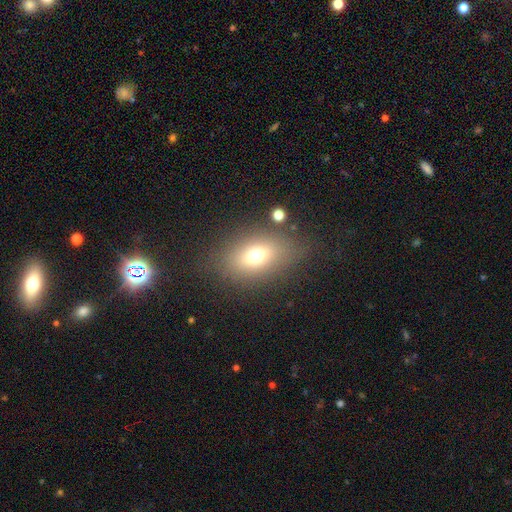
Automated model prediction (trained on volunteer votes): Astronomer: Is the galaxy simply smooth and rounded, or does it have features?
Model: smooth — 68%.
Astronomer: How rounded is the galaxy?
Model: in between — 77%.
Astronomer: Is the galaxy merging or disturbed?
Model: none — 76%.